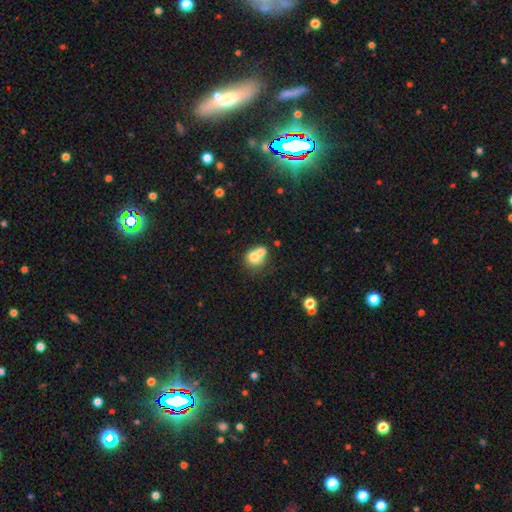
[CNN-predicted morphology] Q: Smooth or featured?
A: smooth (67%); runner-up: featured or disk (23%)
Q: How rounded?
A: round (63%); runner-up: in between (36%)
Q: Merging?
A: merger (64%); runner-up: none (24%)